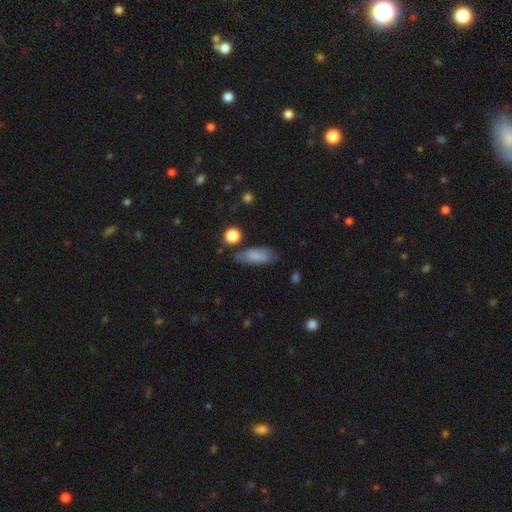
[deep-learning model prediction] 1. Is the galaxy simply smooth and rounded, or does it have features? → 75% smooth, 17% featured or disk, 8% star or artifact.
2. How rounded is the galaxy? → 70% in between, 26% cigar-shaped, 3% round.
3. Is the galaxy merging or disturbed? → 64% none, 24% minor disturbance, 7% major disturbance, 5% merger.